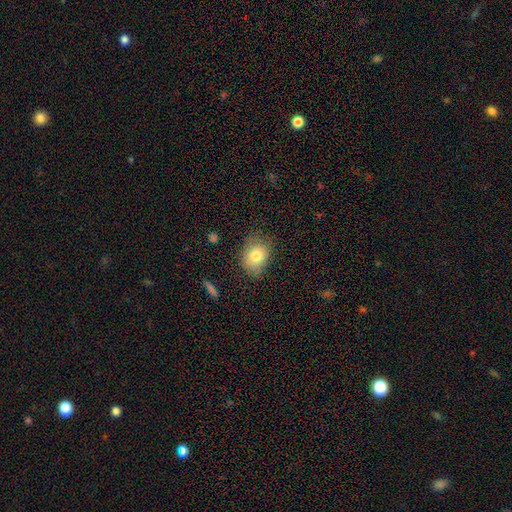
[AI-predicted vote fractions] Overall: smooth (79%). How rounded: in between (59%; round 40%). Merging: none (70%).